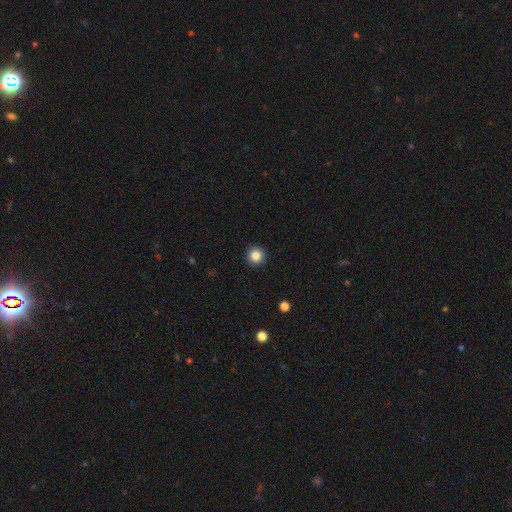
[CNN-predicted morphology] Overall: smooth (86%). How rounded: round (95%). Merging: none (93%).